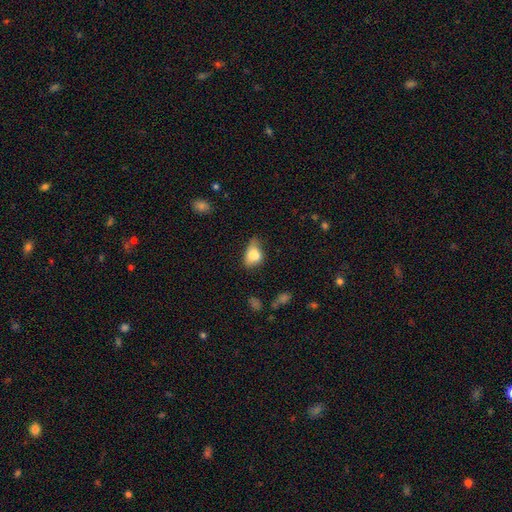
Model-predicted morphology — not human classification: Smooth or featured? Predicted: smooth (p=0.78). How rounded? Predicted: in between (p=0.76). Merging? Predicted: minor disturbance (p=0.43).